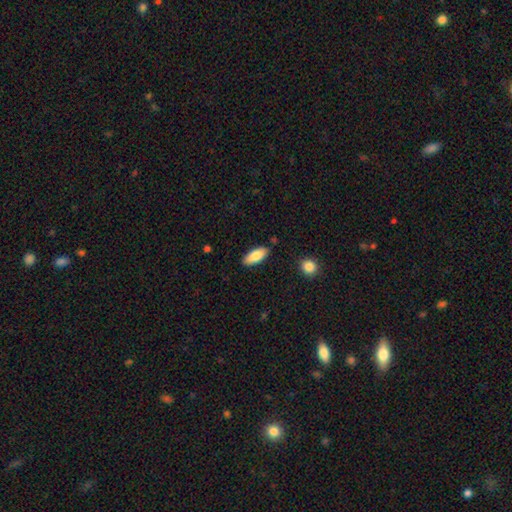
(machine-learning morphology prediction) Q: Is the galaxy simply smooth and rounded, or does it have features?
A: smooth — 82%.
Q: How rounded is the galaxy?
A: in between — 84%.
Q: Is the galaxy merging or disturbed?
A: none — 85%.